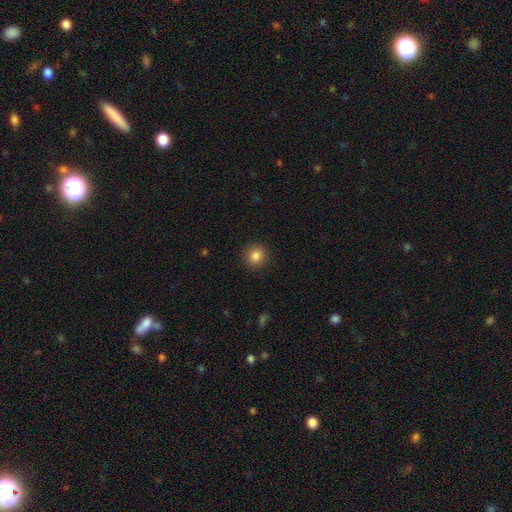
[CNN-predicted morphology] A smooth galaxy with no disk features (86%) that is round (87%).

Vote fractions:
- Smooth or featured? smooth: 86% / star or artifact: 10% / featured or disk: 4%
- How rounded? round: 87% / in between: 12% / cigar-shaped: 1%
- Merging? none: 91% / minor disturbance: 6% / major disturbance: 2% / merger: 1%